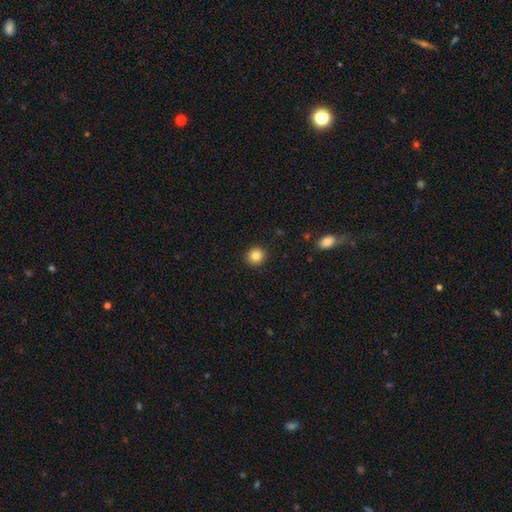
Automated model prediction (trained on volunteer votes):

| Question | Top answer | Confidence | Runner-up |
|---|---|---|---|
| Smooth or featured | smooth | 85% | star or artifact (10%) |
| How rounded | round | 91% | in between (8%) |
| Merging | none | 92% | minor disturbance (5%) |